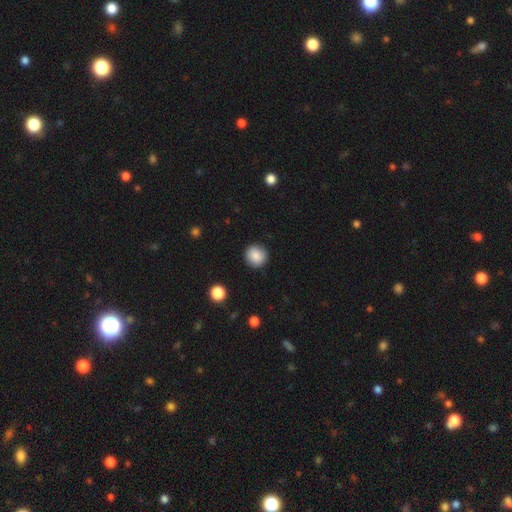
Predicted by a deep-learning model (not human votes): smooth_or_featured: smooth (p=0.87) [alt: star or artifact p=0.09]
how_rounded: round (p=0.94) [alt: in between p=0.05]
merging: none (p=0.91) [alt: minor disturbance p=0.06]